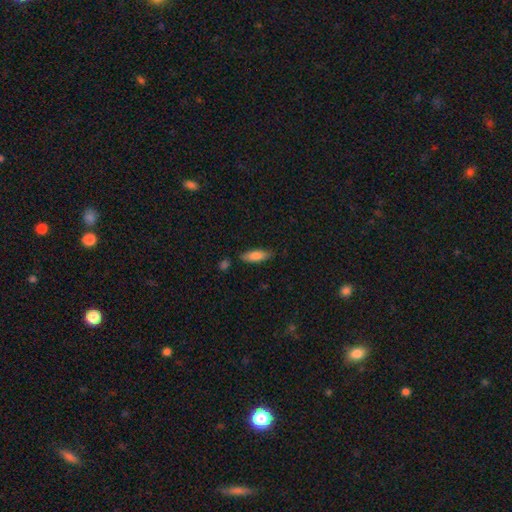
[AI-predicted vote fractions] smooth_or_featured: smooth (p=0.81) [alt: featured or disk p=0.13]
how_rounded: in between (p=0.56) [alt: cigar-shaped p=0.42]
merging: none (p=0.80) [alt: minor disturbance p=0.14]